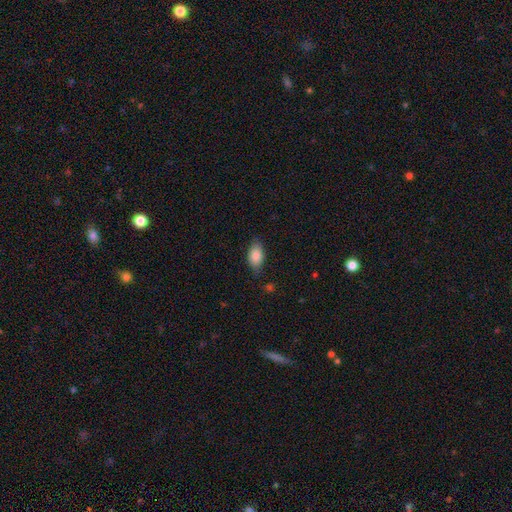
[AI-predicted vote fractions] Q: Smooth or featured?
A: smooth (85%); runner-up: featured or disk (8%)
Q: How rounded?
A: in between (90%); runner-up: round (6%)
Q: Merging?
A: none (77%); runner-up: minor disturbance (18%)